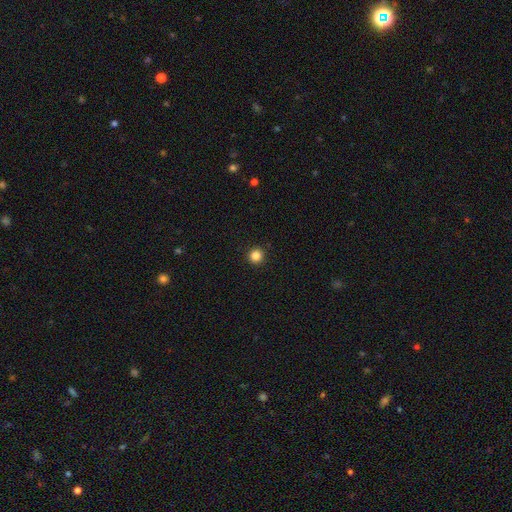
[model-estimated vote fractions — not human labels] This appears to be a smooth galaxy with no disk features (85%) that is round (96%). Merging: none (93%).